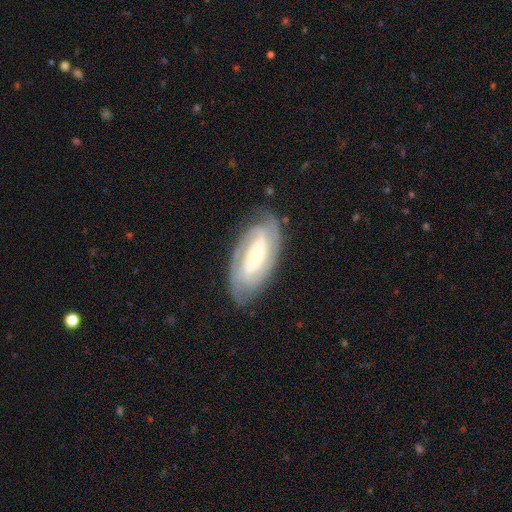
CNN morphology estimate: smooth-or-featured: featured or disk: 81% | smooth: 13% | star or artifact: 5%
  disk-edge-on: no: 93% | yes: 7%
    bar: no: 43% | weak: 32% | strong: 25%
    has-spiral-arms: yes: 93% | no: 7%
      spiral-winding: tight: 66% | medium: 27% | loose: 7%
      spiral-arm-count: 2: 43% | can't tell: 27% | 3: 17% | 4: 6% | 1: 4% | more than 4: 3%
    bulge-size: small: 58% | moderate: 36% | large: 3% | none: 1% | dominant: 1%
  merging: none: 78% | minor disturbance: 15% | major disturbance: 5% | merger: 1%